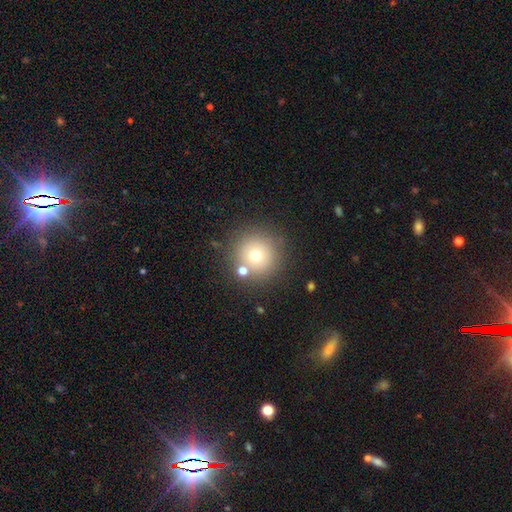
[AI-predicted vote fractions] smooth 70%, star or artifact 16%, featured or disk 14%. Down the decision tree: how rounded — round (95%); merging — none (79%).